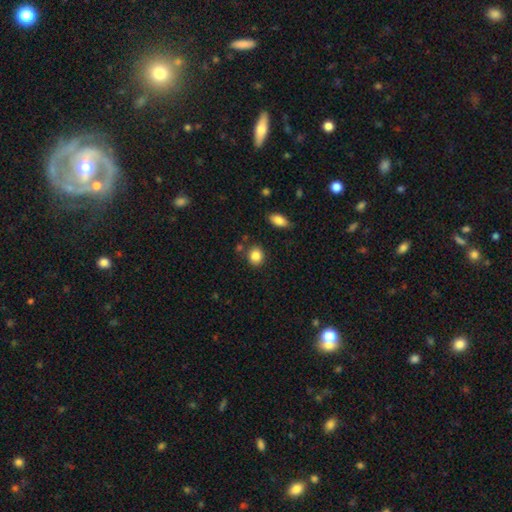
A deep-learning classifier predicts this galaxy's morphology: This appears to be a smooth galaxy with no disk features (86%) that is round (71%). Merging: none (83%).